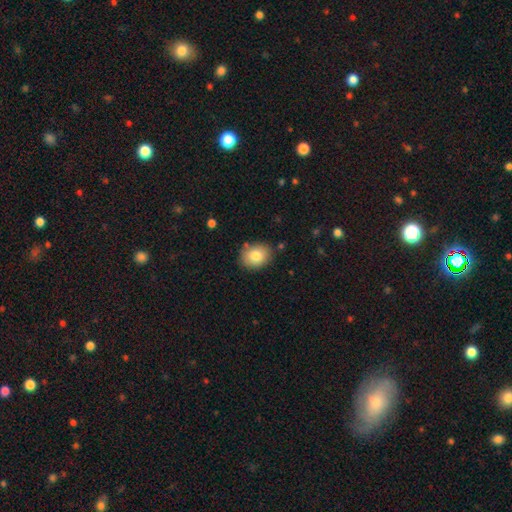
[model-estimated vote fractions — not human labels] This is clearly a smooth galaxy (81%). How rounded: possibly in between (52%). Merging: clearly none (83%).